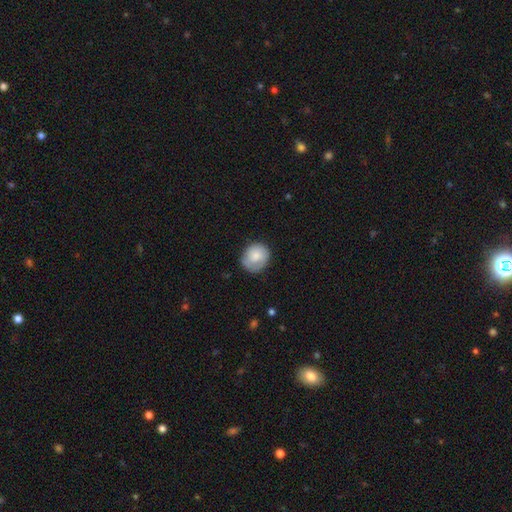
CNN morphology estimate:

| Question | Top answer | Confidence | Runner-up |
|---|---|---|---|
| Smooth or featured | smooth | 77% | featured or disk (16%) |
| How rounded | round | 79% | in between (20%) |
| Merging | none | 71% | minor disturbance (22%) |